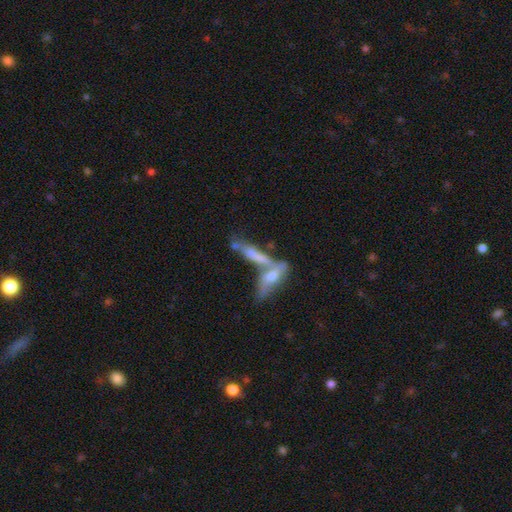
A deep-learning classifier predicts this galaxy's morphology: Smooth or featured? Predicted: smooth (p=0.55). How rounded? Predicted: cigar-shaped (p=0.71). Merging? Predicted: merger (p=0.54).